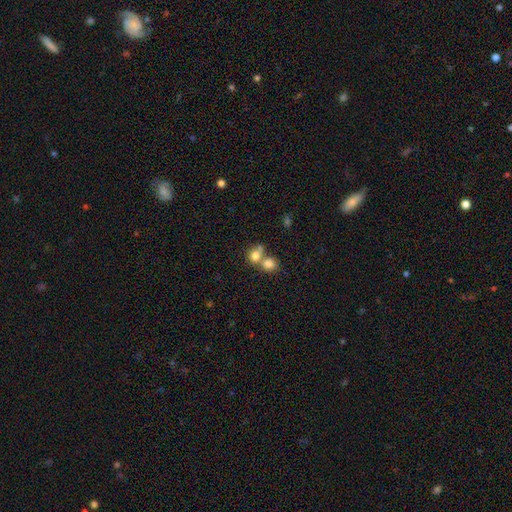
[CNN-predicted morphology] type=smooth (78%); roundness=round (63%); merging=merger (58%).